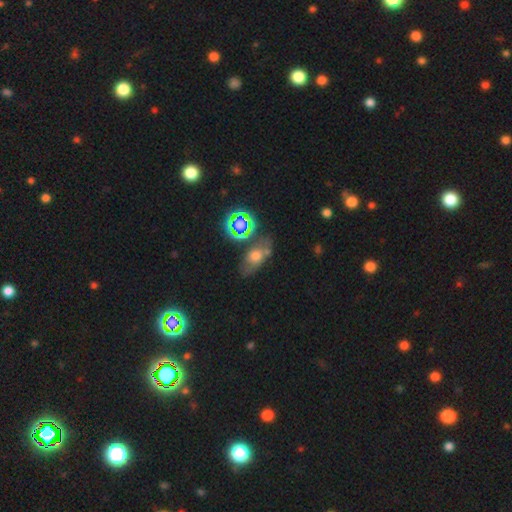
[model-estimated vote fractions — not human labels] This appears to be a smooth galaxy with no disk features (49%). Merging: none (61%).